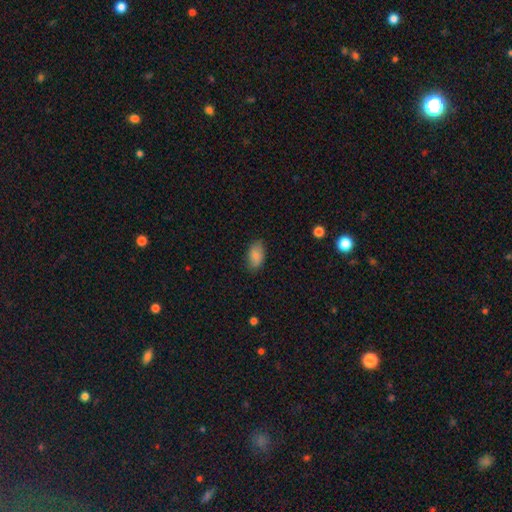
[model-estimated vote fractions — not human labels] This appears to be a smooth galaxy with no disk features (85%) that is in between round and cigar-shaped (92%). Merging: none (79%).